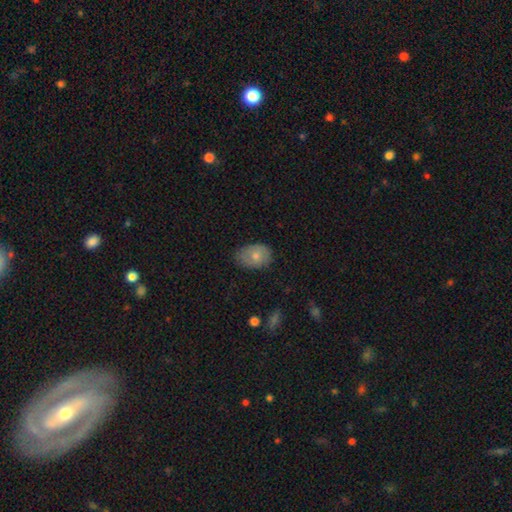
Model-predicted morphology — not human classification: The model was most divided on "merging": none: 69%, minor disturbance: 25%, major disturbance: 5%, merger: 1%. More confident: how rounded — in between (74%); smooth or featured — smooth (72%).